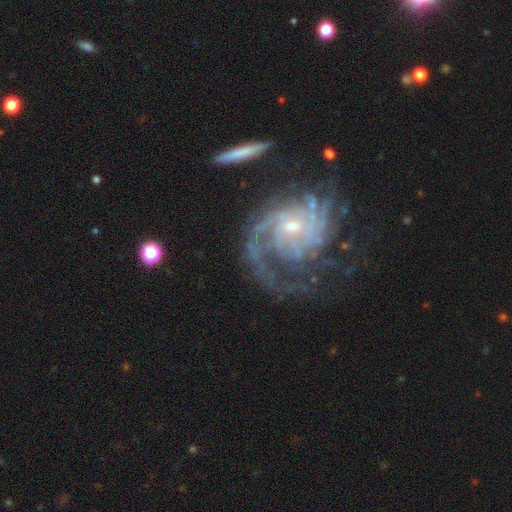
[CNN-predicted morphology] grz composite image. It shows a featured or disk galaxy (87%) with no bar (68%), tight (46%) spiral arms (95%) and a small central bulge (66%). Merging: none (51%).